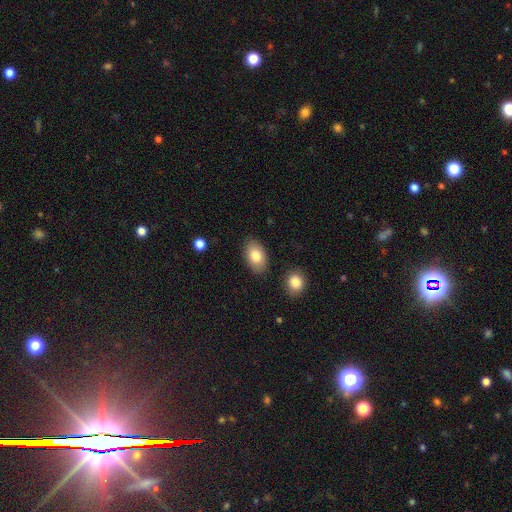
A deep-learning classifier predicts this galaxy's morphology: type=smooth (82%); roundness=in between (91%); merging=none (85%).